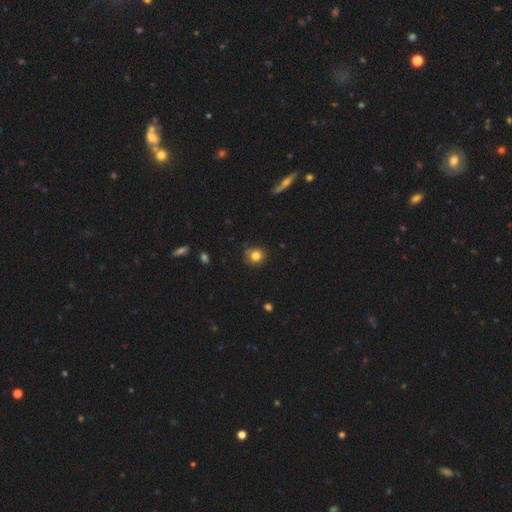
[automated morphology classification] Q: Smooth or featured?
A: smooth (81%); runner-up: star or artifact (12%)
Q: How rounded?
A: round (85%); runner-up: in between (14%)
Q: Merging?
A: none (77%); runner-up: minor disturbance (15%)